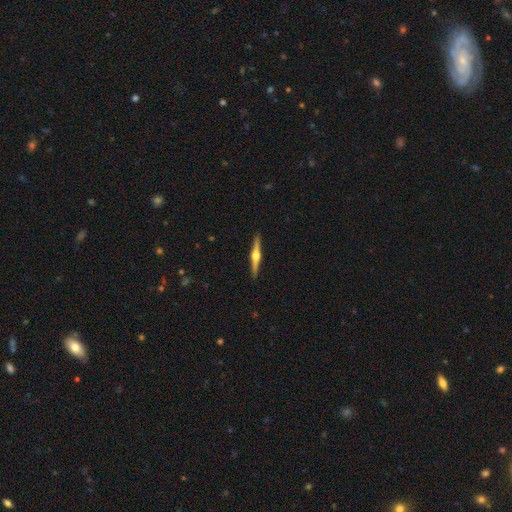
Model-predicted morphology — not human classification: This appears to be a featured or disk galaxy (80%) viewed edge-on (99%) with a rounded central bulge (95%). Merging: none (92%).